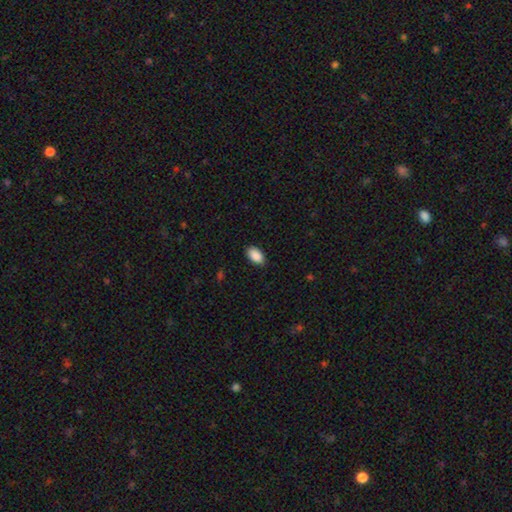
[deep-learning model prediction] Smooth or featured?
  - smooth: 90% *
  - star or artifact: 7%
  - featured or disk: 3%
How rounded?
  - in between: 93% *
  - round: 5%
  - cigar-shaped: 2%
Merging?
  - none: 86% *
  - minor disturbance: 11%
  - major disturbance: 2%
  - merger: 1%